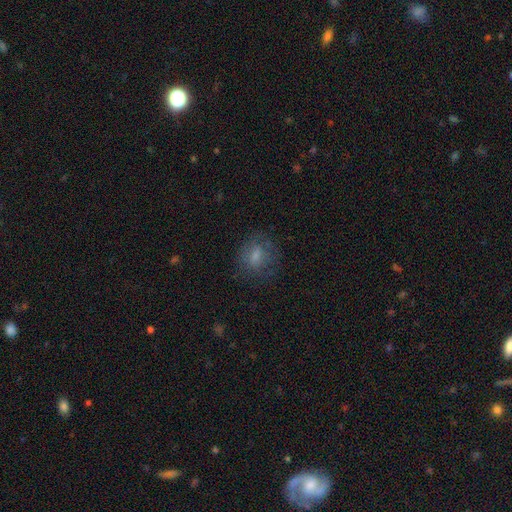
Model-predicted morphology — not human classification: smooth-or-featured: smooth: 63% | featured or disk: 20% | star or artifact: 16%
  how-rounded: round: 62% | in between: 36% | cigar-shaped: 2%
  merging: none: 76% | minor disturbance: 15% | major disturbance: 8% | merger: 1%